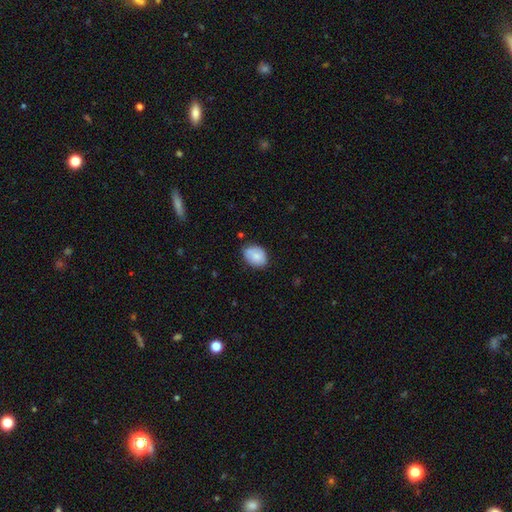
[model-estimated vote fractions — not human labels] Smooth or featured: smooth — 76% (featured or disk — 16%)
How rounded: in between — 65% (round — 34%)
Merging: none — 65% (minor disturbance — 26%)